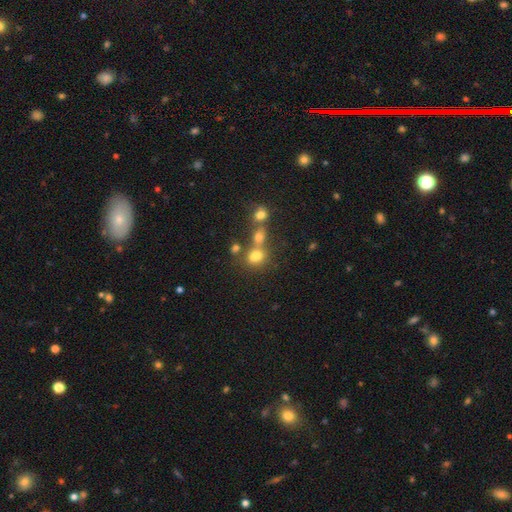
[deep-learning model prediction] smooth-or-featured: smooth: 71% | star or artifact: 17% | featured or disk: 12%
  how-rounded: round: 56% | in between: 43% | cigar-shaped: 2%
  merging: merger: 44% | none: 41% | minor disturbance: 10% | major disturbance: 6%